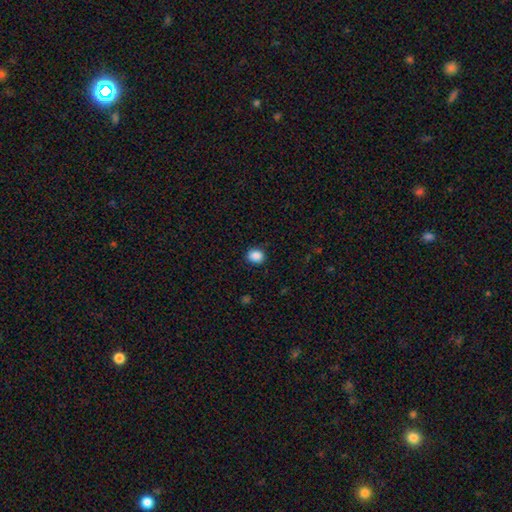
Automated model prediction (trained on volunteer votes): Overall: smooth (88%). How rounded: round (63%; in between 36%). Merging: none (87%).